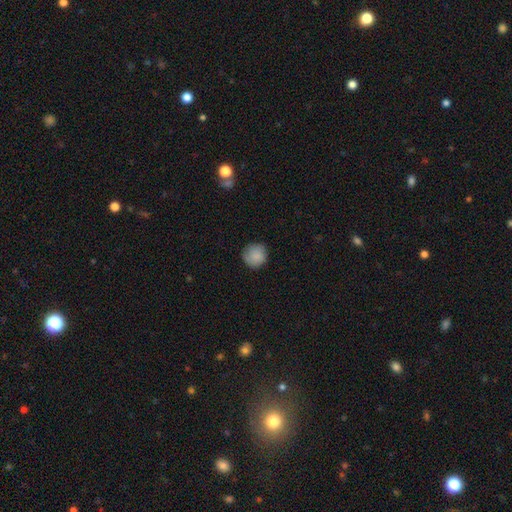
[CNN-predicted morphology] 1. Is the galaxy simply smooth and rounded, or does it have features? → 87% smooth, 7% star or artifact, 6% featured or disk.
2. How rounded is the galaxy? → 93% round, 6% in between, 1% cigar-shaped.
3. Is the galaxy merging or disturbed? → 84% none, 13% minor disturbance, 3% major disturbance, 1% merger.